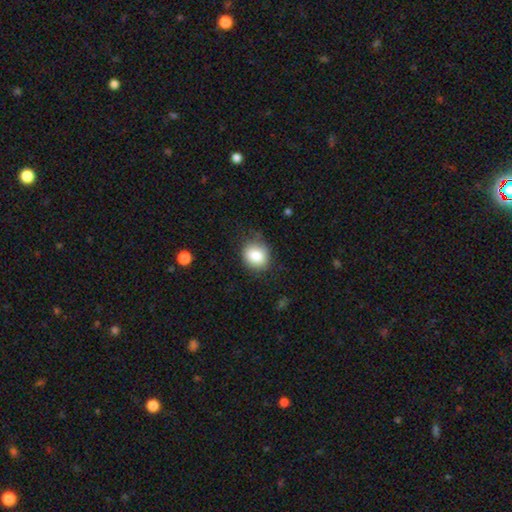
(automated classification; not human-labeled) Smooth or featured?
  - smooth: 84% *
  - star or artifact: 8%
  - featured or disk: 8%
How rounded?
  - round: 66% *
  - in between: 33%
  - cigar-shaped: 1%
Merging?
  - none: 73% *
  - minor disturbance: 19%
  - major disturbance: 6%
  - merger: 1%